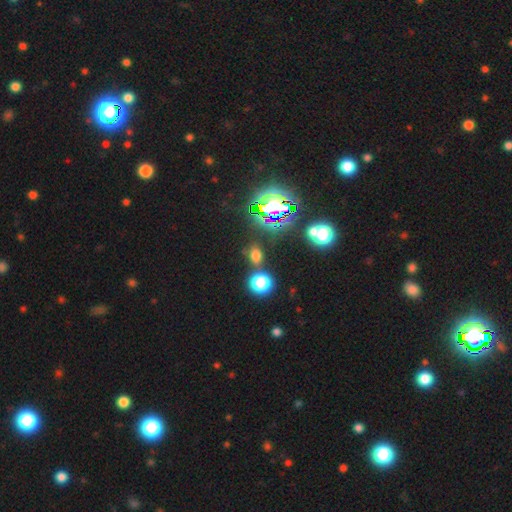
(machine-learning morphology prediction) A smooth galaxy with no disk features (55%) that is in between round and cigar-shaped (51%). Merging: none (75%).